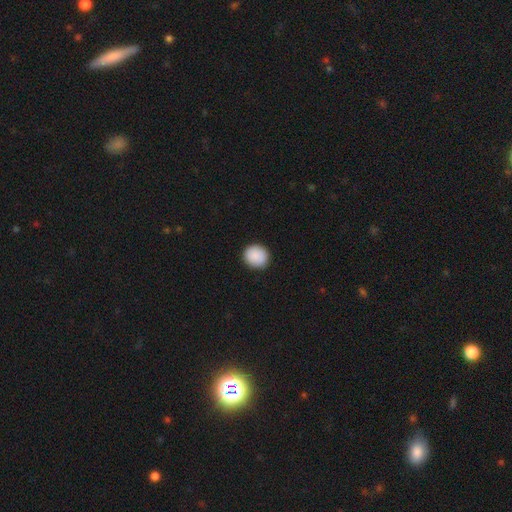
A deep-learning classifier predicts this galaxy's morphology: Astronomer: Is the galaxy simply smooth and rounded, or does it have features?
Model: smooth — 90%.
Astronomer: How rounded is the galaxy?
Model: round — 88%.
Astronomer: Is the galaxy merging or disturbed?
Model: none — 92%.